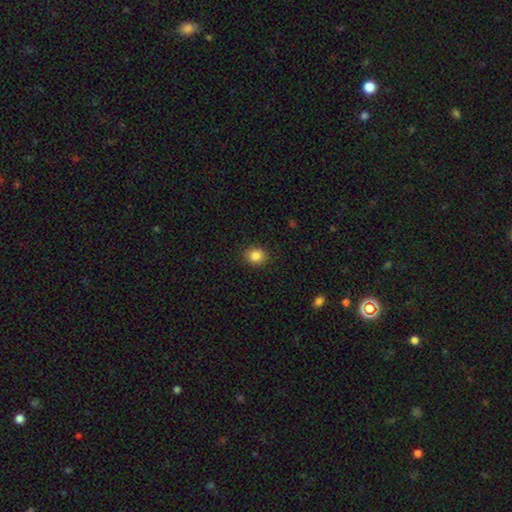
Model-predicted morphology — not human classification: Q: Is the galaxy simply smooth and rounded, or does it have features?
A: smooth — 86%.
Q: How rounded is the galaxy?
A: round — 76%.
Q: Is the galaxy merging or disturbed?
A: none — 90%.